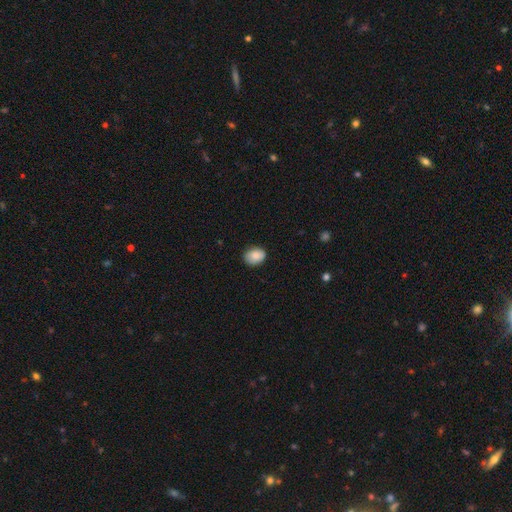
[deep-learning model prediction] Smooth or featured?
  - smooth: 87% *
  - star or artifact: 7%
  - featured or disk: 6%
How rounded?
  - in between: 61% *
  - round: 38%
  - cigar-shaped: 1%
Merging?
  - none: 81% *
  - minor disturbance: 15%
  - major disturbance: 3%
  - merger: 1%